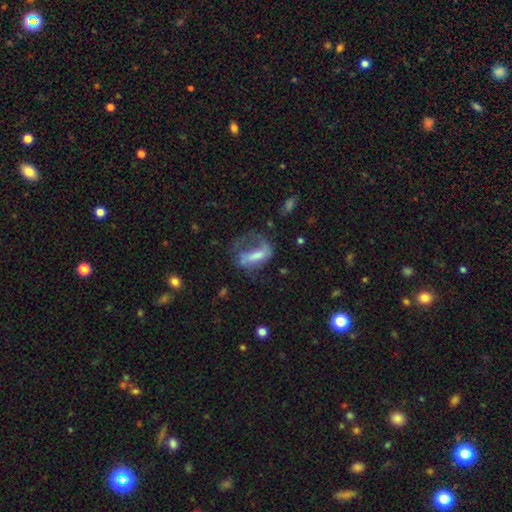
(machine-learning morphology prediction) Q: Smooth or featured?
A: featured or disk (60%); runner-up: smooth (29%)
Q: Edge-on disk?
A: no (92%); runner-up: yes (8%)
Q: Bar?
A: strong (41%); runner-up: weak (33%)
Q: Spiral arms?
A: yes (72%); runner-up: no (28%)
Q: Bulge size?
A: moderate (34%); runner-up: small (32%)
Q: Merging?
A: major disturbance (44%); runner-up: none (34%)